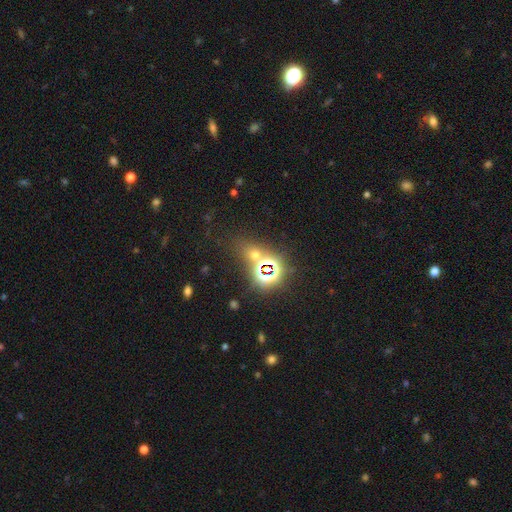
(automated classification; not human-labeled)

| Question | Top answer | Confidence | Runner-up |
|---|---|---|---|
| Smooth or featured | star or artifact | 61% | smooth (29%) |